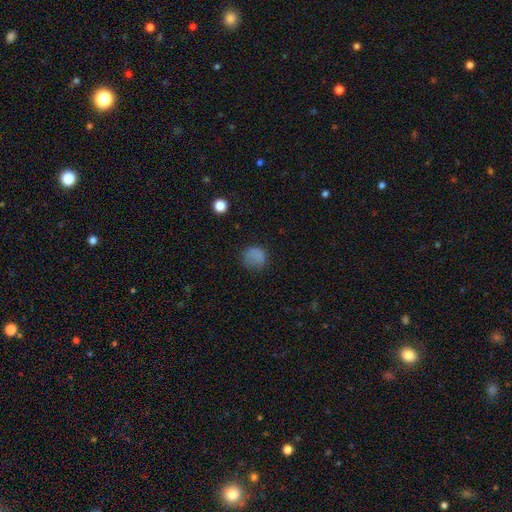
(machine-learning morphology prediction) smooth_or_featured: smooth (p=0.76) [alt: star or artifact p=0.15]
how_rounded: round (p=0.83) [alt: in between p=0.16]
merging: none (p=0.64) [alt: minor disturbance p=0.22]